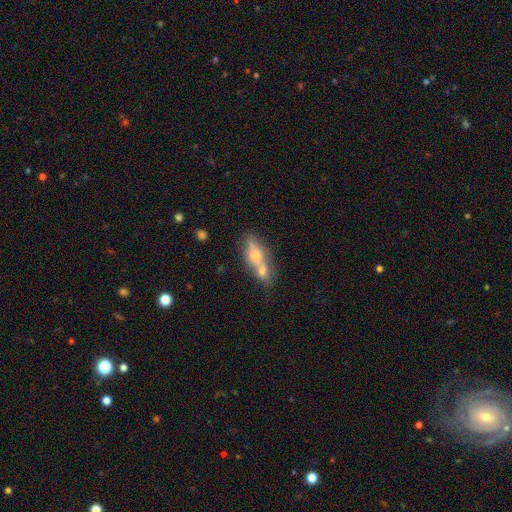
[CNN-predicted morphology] Smooth or featured? Predicted: smooth (p=0.49). Merging? Predicted: merger (p=0.44).